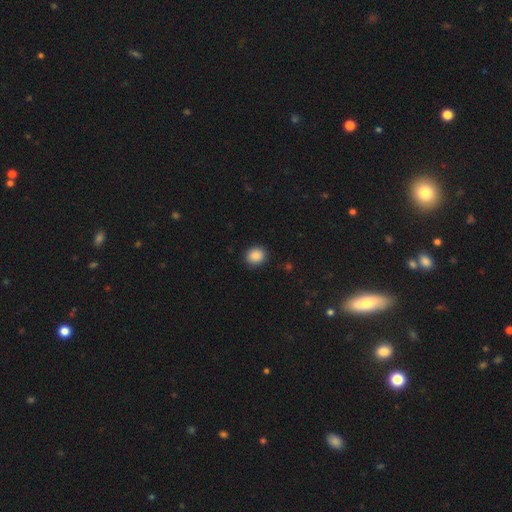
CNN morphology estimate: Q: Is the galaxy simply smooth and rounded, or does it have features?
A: smooth — 87%.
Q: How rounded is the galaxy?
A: round — 80%.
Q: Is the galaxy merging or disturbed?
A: none — 91%.